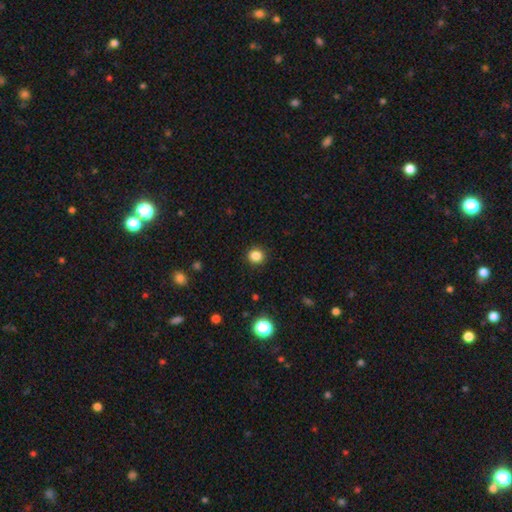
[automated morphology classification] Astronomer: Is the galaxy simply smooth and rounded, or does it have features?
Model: smooth — 84%.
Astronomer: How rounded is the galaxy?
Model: round — 87%.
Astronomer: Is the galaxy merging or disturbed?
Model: none — 91%.